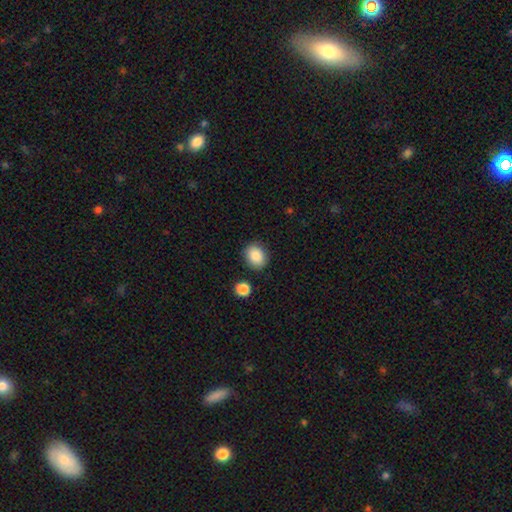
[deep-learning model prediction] This is clearly a smooth galaxy (87%). How rounded: possibly round (50%). Merging: clearly none (84%).